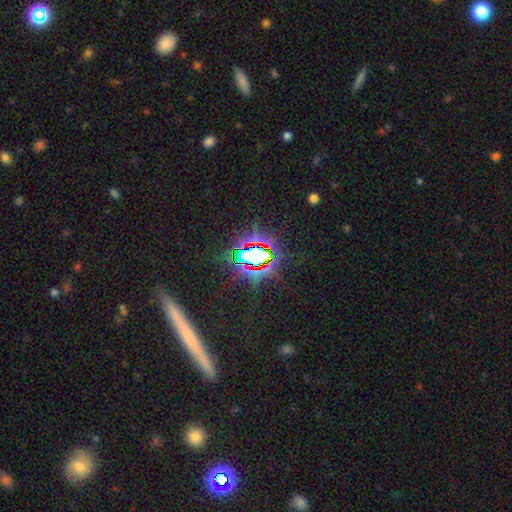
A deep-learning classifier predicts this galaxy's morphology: The model was most divided on "smooth or featured": star or artifact: 76%, smooth: 14%, featured or disk: 10%.